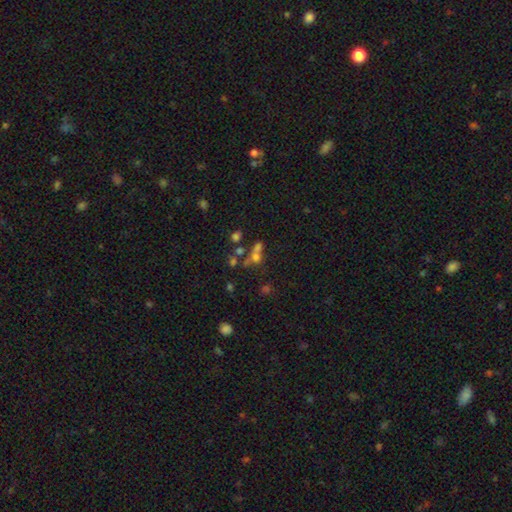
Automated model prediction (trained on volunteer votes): Smooth or featured? Predicted: smooth (p=0.50). Merging? Predicted: merger (p=0.44).